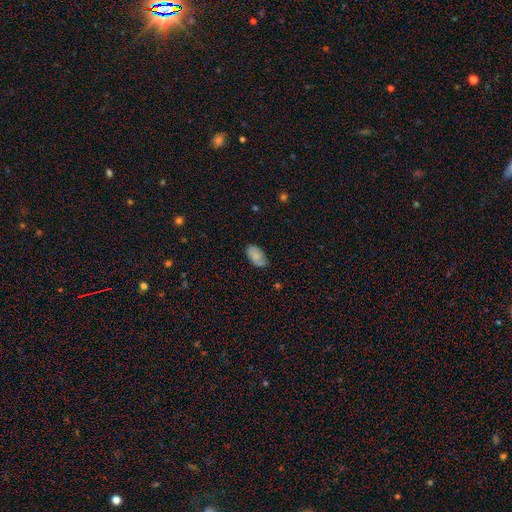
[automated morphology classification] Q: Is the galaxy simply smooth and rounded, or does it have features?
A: smooth — 77%.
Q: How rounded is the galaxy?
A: in between — 94%.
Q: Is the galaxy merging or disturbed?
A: none — 73%.